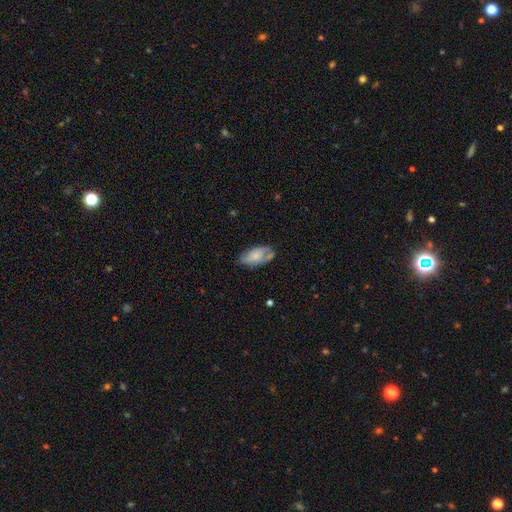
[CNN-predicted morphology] Smooth or featured?
  - smooth: 63% *
  - featured or disk: 30%
  - star or artifact: 7%
How rounded?
  - in between: 92% *
  - cigar-shaped: 5%
  - round: 3%
Merging?
  - none: 57% *
  - minor disturbance: 29%
  - major disturbance: 9%
  - merger: 4%